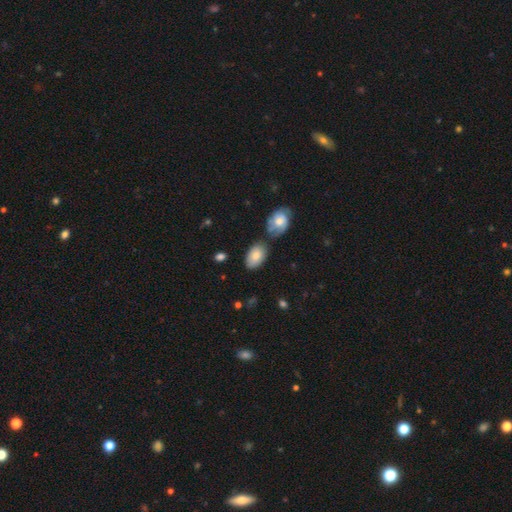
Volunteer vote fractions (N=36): Smooth or featured? smooth (86%)
How rounded? in between (97%)
Merging? none (67%)